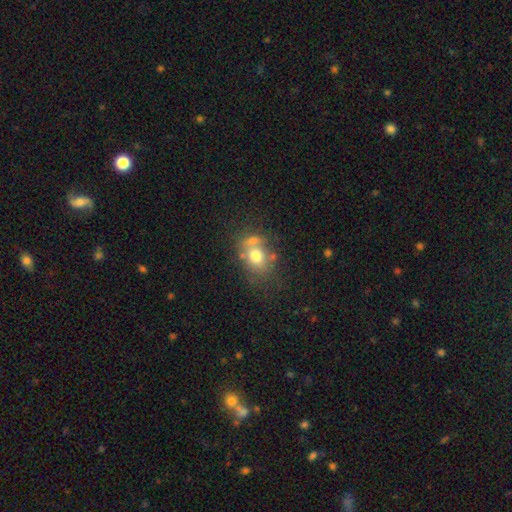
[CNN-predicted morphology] Smooth or featured: smooth — 69% (featured or disk — 19%)
How rounded: round — 50% (in between — 49%)
Merging: none — 44% (merger — 32%)